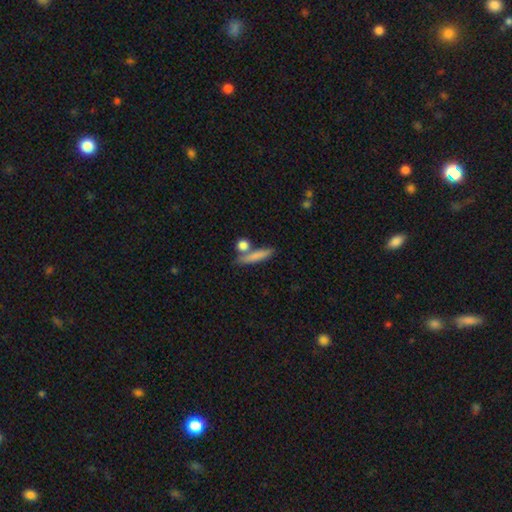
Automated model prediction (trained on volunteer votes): Morphology: type=smooth (78%); roundness=cigar-shaped (72%); merging=none (65%).